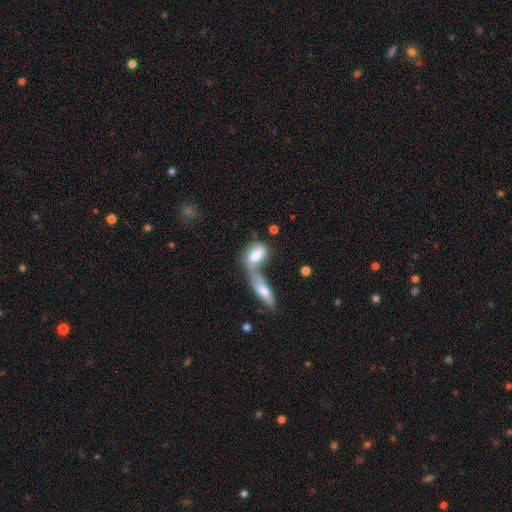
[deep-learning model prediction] smooth_or_featured: smooth (p=0.69) [alt: featured or disk p=0.24]
how_rounded: in between (p=0.80) [alt: cigar-shaped p=0.11]
merging: merger (p=0.70) [alt: none p=0.15]